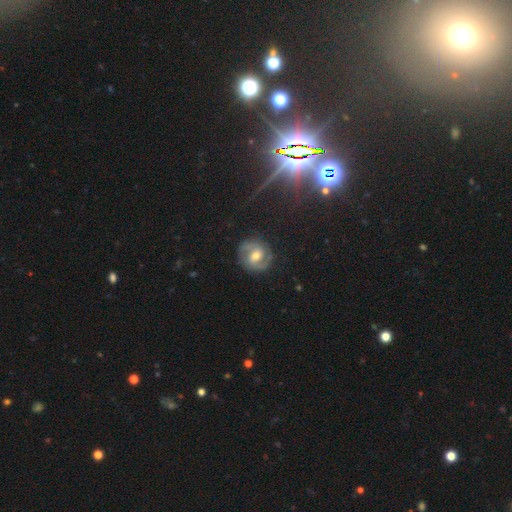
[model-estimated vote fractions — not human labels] smooth_or_featured: featured or disk (p=0.80) [alt: smooth p=0.13]
disk_edge_on: no (p=0.98) [alt: yes p=0.02]
bar: weak (p=0.47) [alt: no p=0.35]
has_spiral_arms: yes (p=0.94) [alt: no p=0.06]
spiral_winding: medium (p=0.50) [alt: tight p=0.36]
spiral_arm_count: 2 (p=0.89) [alt: can't tell p=0.05]
bulge_size: moderate (p=0.66) [alt: small p=0.27]
merging: none (p=0.82) [alt: minor disturbance p=0.12]